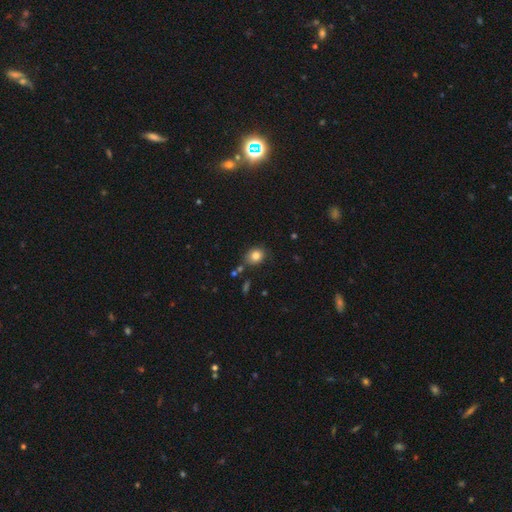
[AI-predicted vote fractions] smooth-or-featured: smooth: 83% | star or artifact: 10% | featured or disk: 7%
  how-rounded: round: 62% | in between: 37% | cigar-shaped: 1%
  merging: none: 76% | minor disturbance: 15% | merger: 5% | major disturbance: 3%